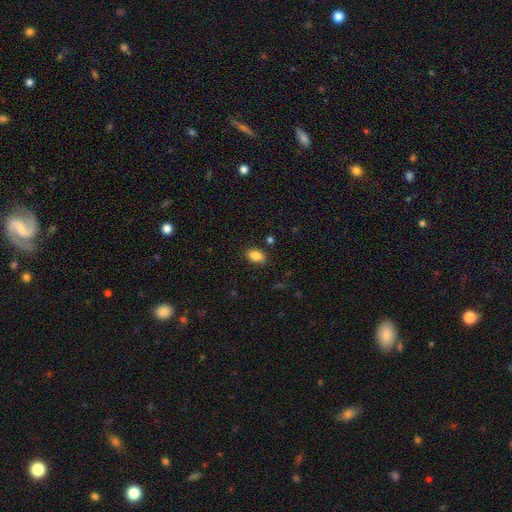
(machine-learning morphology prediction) smooth-or-featured: smooth: 86% | star or artifact: 9% | featured or disk: 6%
  how-rounded: in between: 88% | round: 10% | cigar-shaped: 2%
  merging: none: 84% | minor disturbance: 11% | major disturbance: 3% | merger: 2%